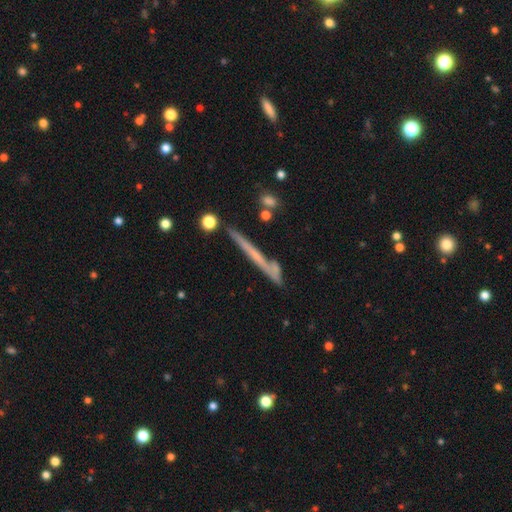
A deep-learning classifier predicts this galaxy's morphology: Smooth or featured? featured or disk (54%)
Edge-on disk? yes (94%)
Edge-on bulge? none (82%)
Merging? none (76%)